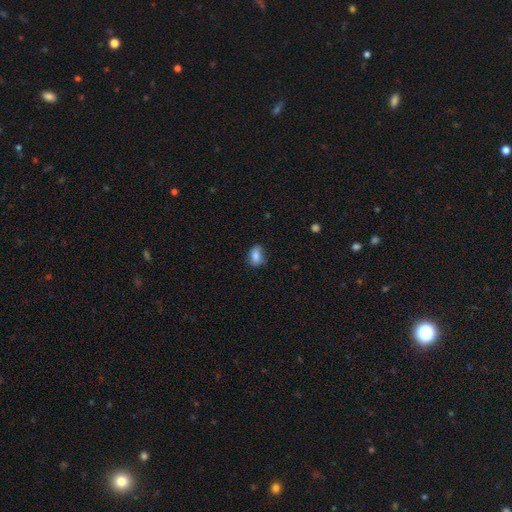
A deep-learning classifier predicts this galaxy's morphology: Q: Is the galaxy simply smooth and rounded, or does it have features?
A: smooth — 80%.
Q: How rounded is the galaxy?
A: in between — 77%.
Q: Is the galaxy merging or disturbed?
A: none — 71%.